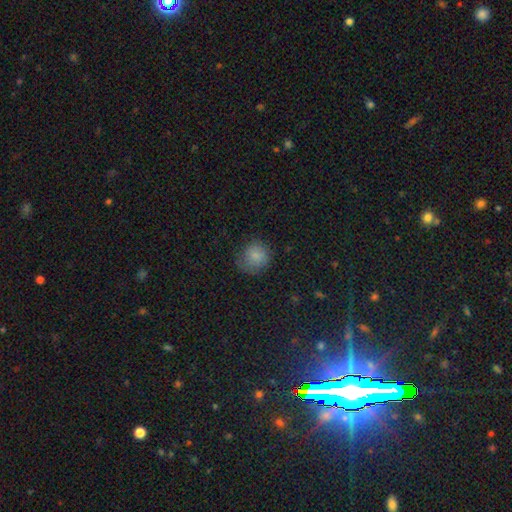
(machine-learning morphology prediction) Q: Smooth or featured?
A: smooth (80%); runner-up: star or artifact (11%)
Q: How rounded?
A: round (84%); runner-up: in between (15%)
Q: Merging?
A: none (68%); runner-up: minor disturbance (22%)